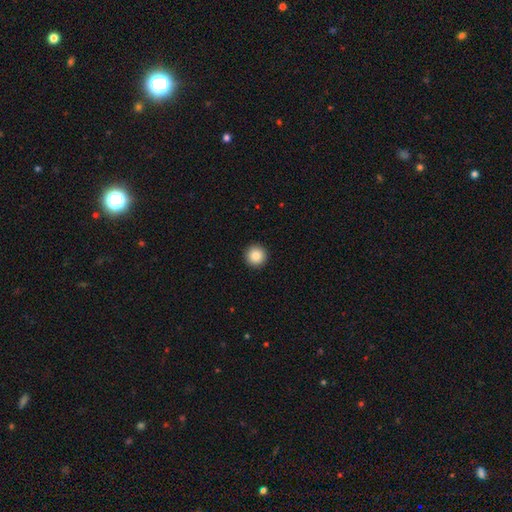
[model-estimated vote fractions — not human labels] Smooth or featured?
  - smooth: 87% *
  - star or artifact: 9%
  - featured or disk: 5%
How rounded?
  - round: 96% *
  - in between: 3%
  - cigar-shaped: 1%
Merging?
  - none: 94% *
  - minor disturbance: 4%
  - major disturbance: 1%
  - merger: 1%